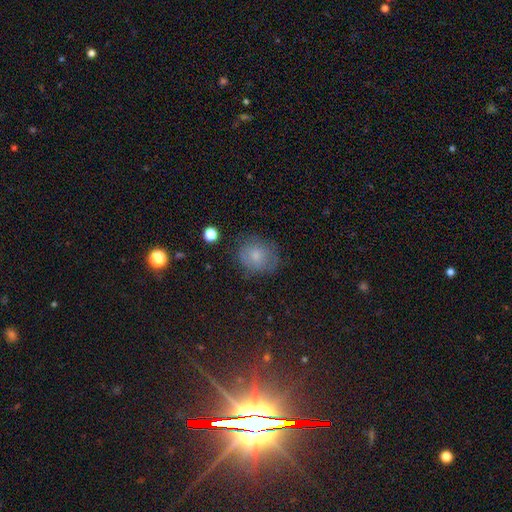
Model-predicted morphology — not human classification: This appears to be a smooth galaxy with no disk features (71%) that is round (73%). Merging: none (71%).